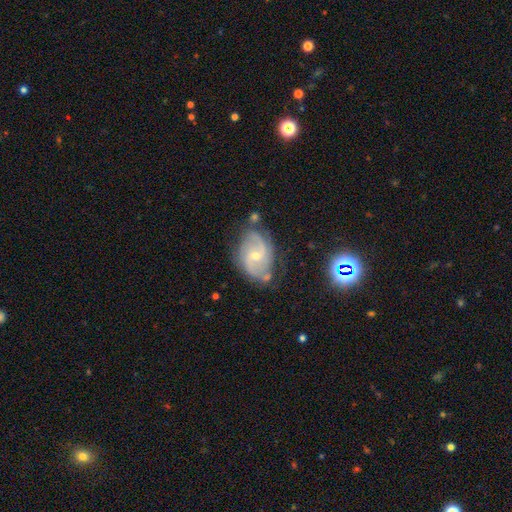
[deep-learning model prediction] This is clearly a featured or disk galaxy (82%). It is clearly not viewed edge-on (97%). Bar: possibly no (49%). Spiral arm pattern: clearly yes (94%). Spiral arm count: clearly 2 (81%). Spiral winding: possibly medium (50%). Central bulge: possibly small (60%). Merging: likely none (66%).